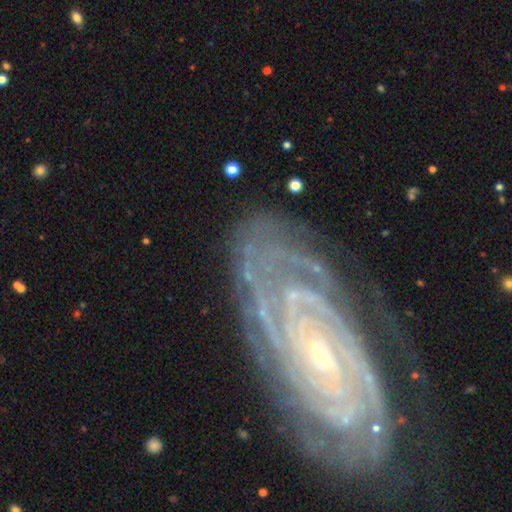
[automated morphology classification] type=featured or disk (84%); edge-on=no (95%); bar=no (44%); spiral arms=yes (95%); winding=tight (77%); arm count=can't tell (32%); bulge=small (70%); merging=none (67%).